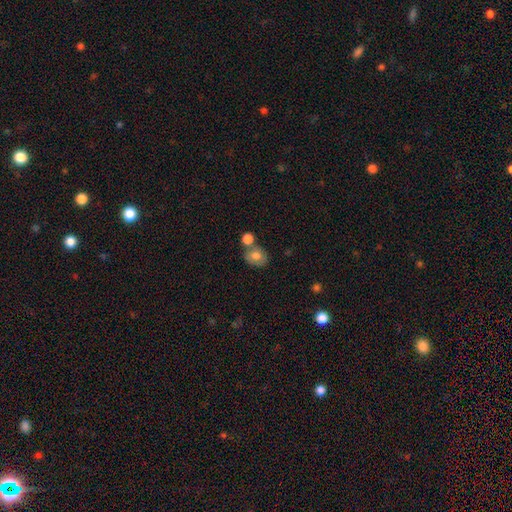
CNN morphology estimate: Overall: smooth (75%). How rounded: round (51%; in between 48%). Merging: none (51%; merger 32%).